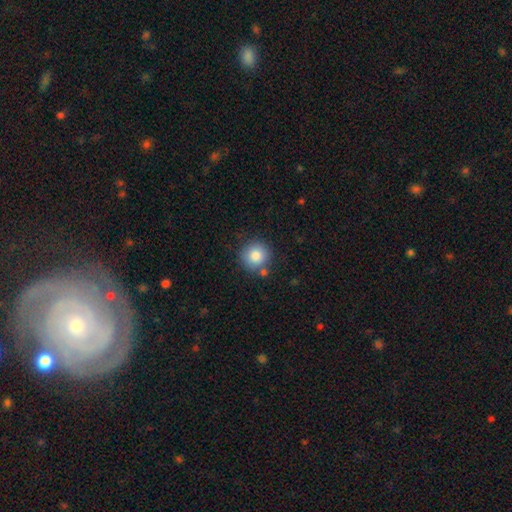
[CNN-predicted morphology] smooth 84%, star or artifact 9%, featured or disk 7%. Down the decision tree: how rounded — round (94%); merging — none (80%).